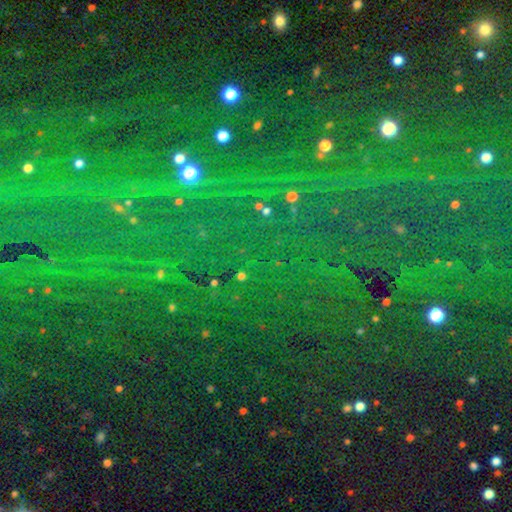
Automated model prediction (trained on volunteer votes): Morphology: type=star or artifact (84%).